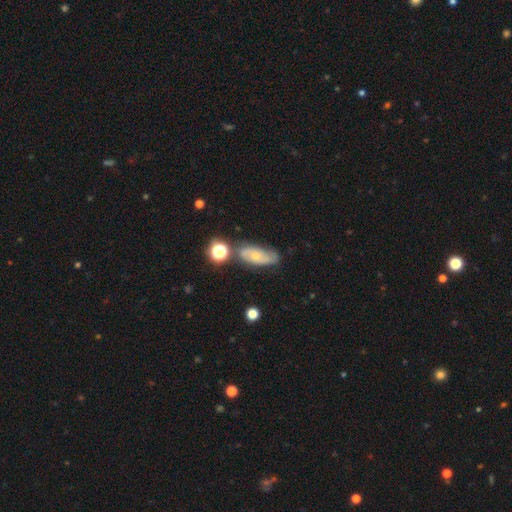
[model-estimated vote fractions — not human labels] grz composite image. It shows a featured or disk galaxy (46%). Merging: none (60%).